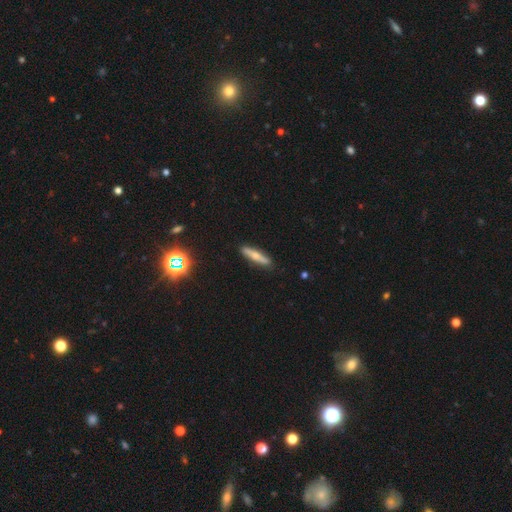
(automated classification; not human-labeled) smooth 53%, featured or disk 39%, star or artifact 8%. Down the decision tree: how rounded — cigar-shaped (85%); merging — none (88%).